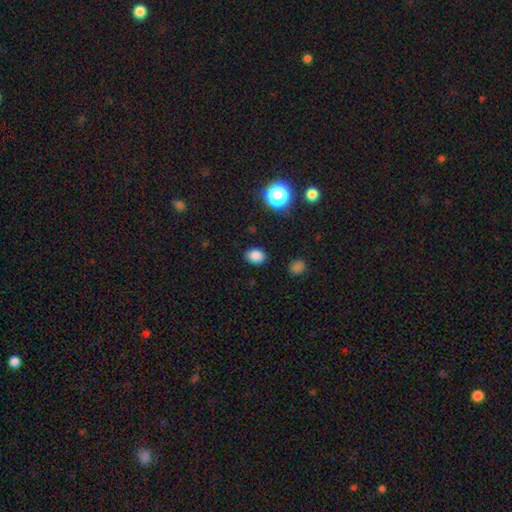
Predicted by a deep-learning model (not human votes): Overall: smooth (83%). How rounded: in between (58%; round 41%). Merging: none (85%).